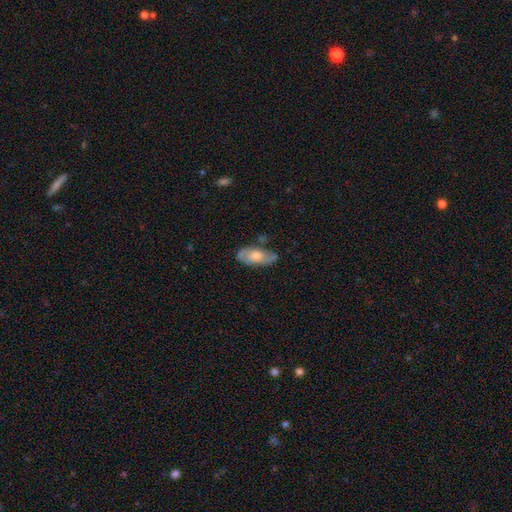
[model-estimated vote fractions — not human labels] featured or disk 51%, smooth 43%, star or artifact 7%. Down the decision tree: edge-on disk — no (81%); merging — none (72%).